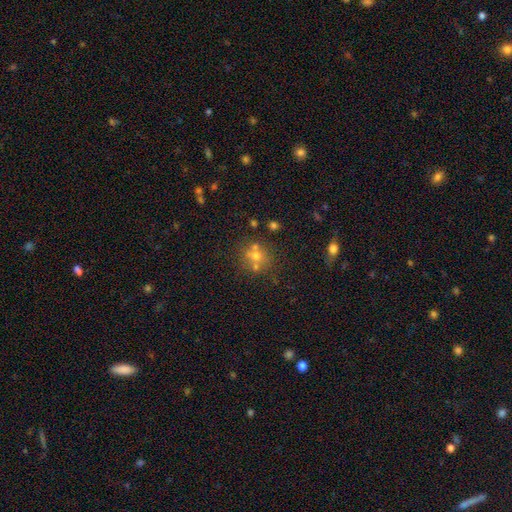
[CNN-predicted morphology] smooth-or-featured: smooth: 58% | featured or disk: 23% | star or artifact: 19%
  how-rounded: round: 84% | in between: 15% | cigar-shaped: 1%
  merging: none: 56% | merger: 29% | minor disturbance: 10% | major disturbance: 5%